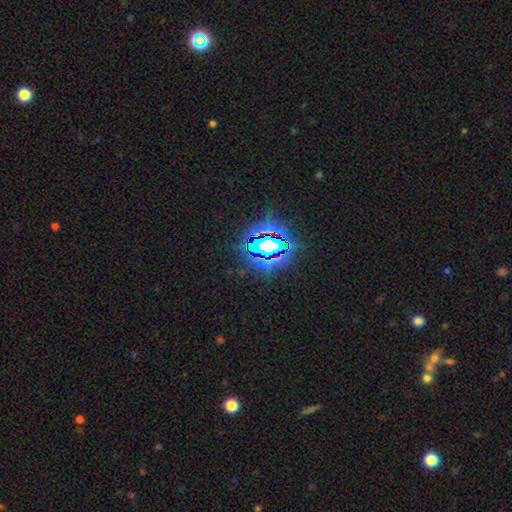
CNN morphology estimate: This appears to be a star or artifact, not a galaxy (84%).